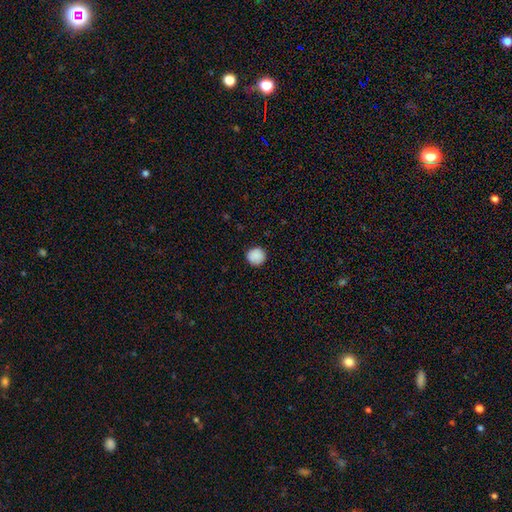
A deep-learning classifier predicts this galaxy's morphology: type=smooth (89%); roundness=round (92%); merging=none (90%).